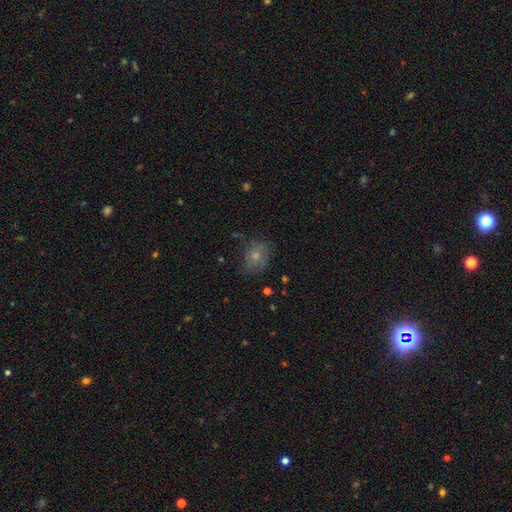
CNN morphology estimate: Smooth or featured? smooth (61%)
How rounded? in between (54%)
Merging? none (62%)